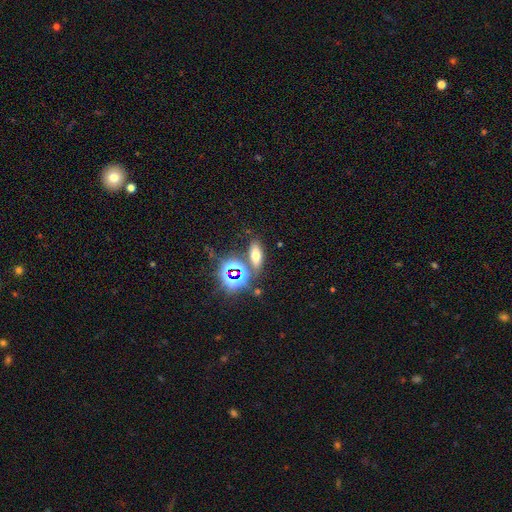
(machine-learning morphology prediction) Q: Smooth or featured?
A: smooth (54%); runner-up: star or artifact (31%)
Q: How rounded?
A: in between (68%); runner-up: cigar-shaped (19%)
Q: Merging?
A: none (76%); runner-up: merger (10%)